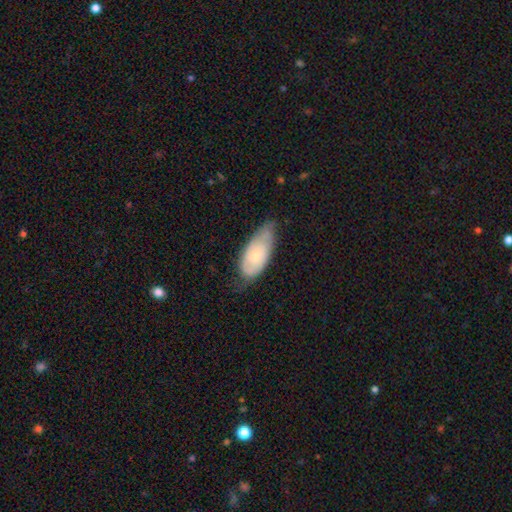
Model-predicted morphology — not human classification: This appears to be a smooth galaxy with no disk features (57%) that is in between round and cigar-shaped (88%). Merging: none (48%).